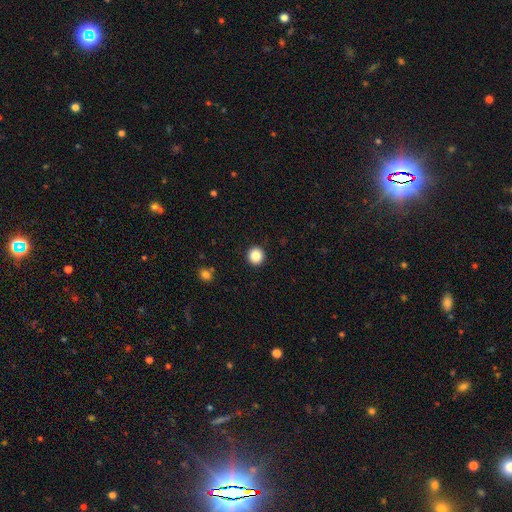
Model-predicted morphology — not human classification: smooth-or-featured: smooth: 86% | star or artifact: 10% | featured or disk: 4%
  how-rounded: round: 94% | in between: 5% | cigar-shaped: 1%
  merging: none: 93% | minor disturbance: 4% | major disturbance: 2% | merger: 1%